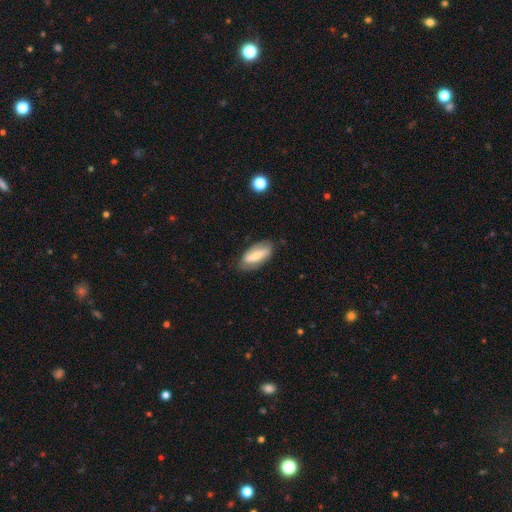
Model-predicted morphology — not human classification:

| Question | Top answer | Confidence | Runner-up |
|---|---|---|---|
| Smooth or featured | featured or disk | 48% | smooth (46%) |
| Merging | none | 78% | minor disturbance (17%) |